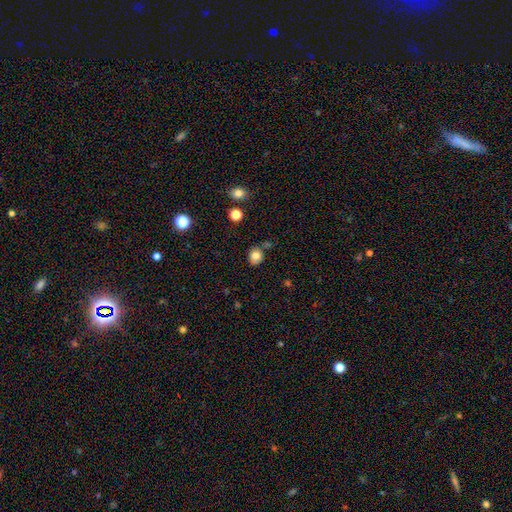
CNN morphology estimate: smooth_or_featured: smooth (p=0.81) [alt: star or artifact p=0.11]
how_rounded: round (p=0.63) [alt: in between p=0.37]
merging: none (p=0.74) [alt: minor disturbance p=0.16]